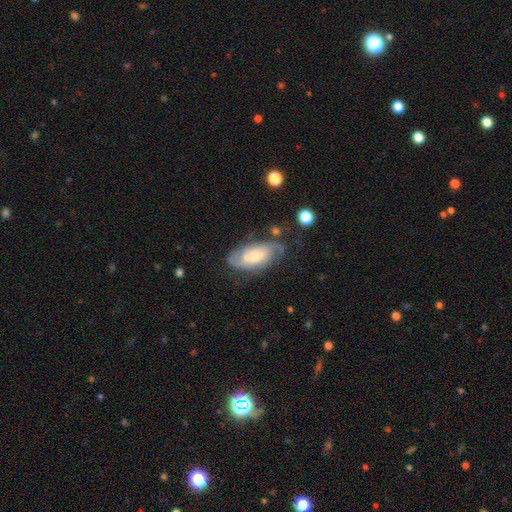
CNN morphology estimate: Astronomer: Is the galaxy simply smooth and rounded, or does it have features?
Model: featured or disk — 61%.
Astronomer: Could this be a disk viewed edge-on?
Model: no — 90%.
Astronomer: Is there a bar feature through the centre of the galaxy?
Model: no — 64%.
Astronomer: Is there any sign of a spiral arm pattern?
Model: yes — 84%.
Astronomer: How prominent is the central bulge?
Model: moderate — 45% (runner-up: small, 34%).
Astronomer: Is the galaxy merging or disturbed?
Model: none — 58%.